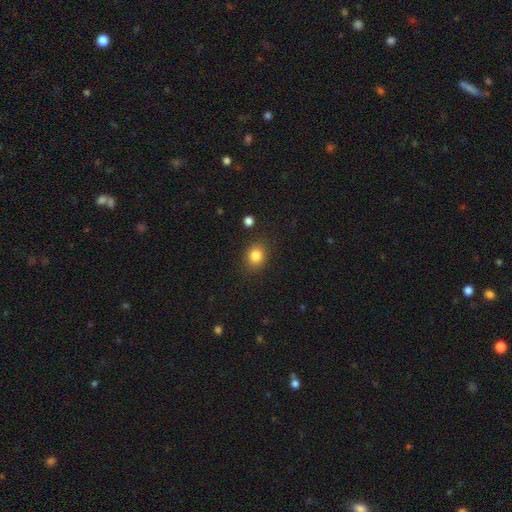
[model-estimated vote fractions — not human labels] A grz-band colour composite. It shows a smooth galaxy with no disk features (83%) that is round (66%). Merging: none (86%).